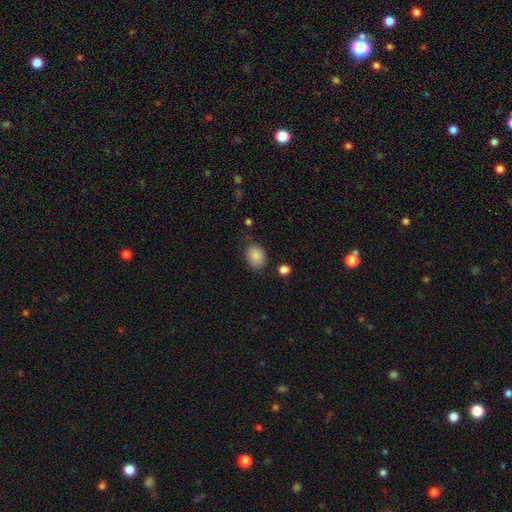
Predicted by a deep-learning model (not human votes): A smooth galaxy with no disk features (87%) that is in between round and cigar-shaped (72%).

Vote fractions:
- Smooth or featured? smooth: 87% / star or artifact: 8% / featured or disk: 5%
- How rounded? in between: 72% / round: 27% / cigar-shaped: 1%
- Merging? none: 72% / minor disturbance: 20% / major disturbance: 5% / merger: 3%